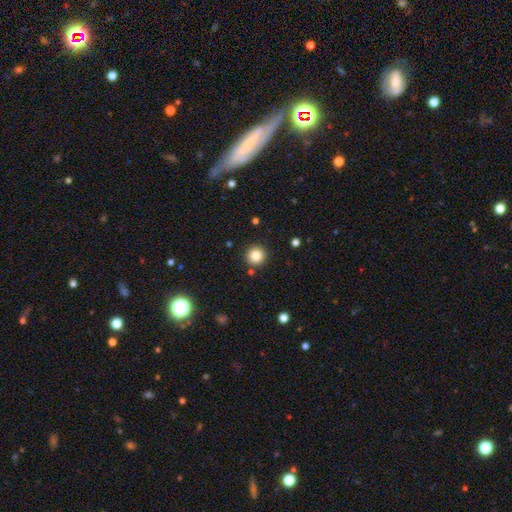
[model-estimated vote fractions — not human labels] smooth 84%, star or artifact 11%, featured or disk 6%. Down the decision tree: how rounded — round (96%); merging — none (90%).